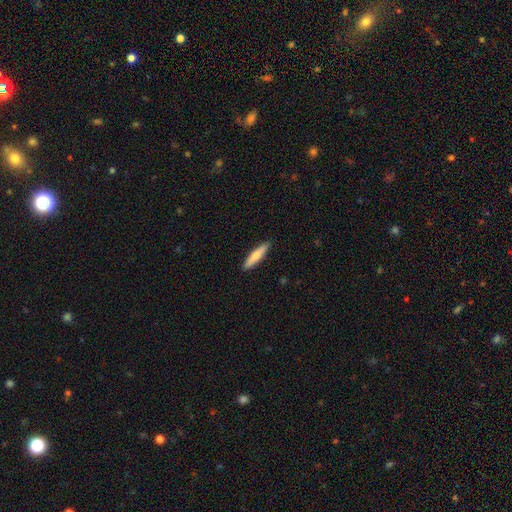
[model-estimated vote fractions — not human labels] Smooth or featured? smooth (69%)
How rounded? cigar-shaped (86%)
Merging? none (91%)